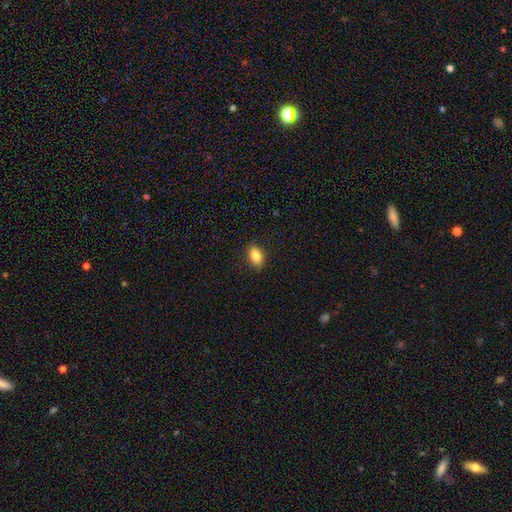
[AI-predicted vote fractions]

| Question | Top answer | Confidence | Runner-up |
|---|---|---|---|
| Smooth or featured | smooth | 87% | star or artifact (8%) |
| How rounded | in between | 88% | round (9%) |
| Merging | none | 88% | minor disturbance (9%) |